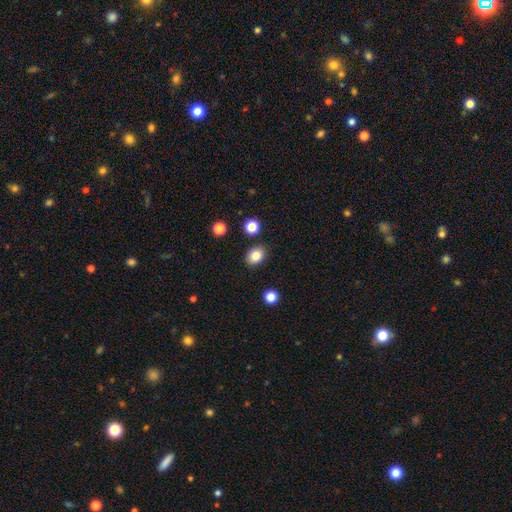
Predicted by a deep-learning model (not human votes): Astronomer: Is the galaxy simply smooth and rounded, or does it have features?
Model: smooth — 84%.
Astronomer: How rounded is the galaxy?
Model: in between — 60% (runner-up: round, 39%).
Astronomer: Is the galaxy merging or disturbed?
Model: none — 85%.